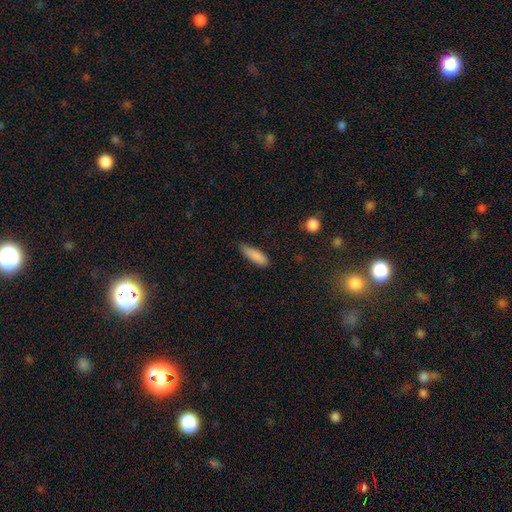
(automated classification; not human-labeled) smooth 85%, star or artifact 7%, featured or disk 7%. Down the decision tree: how rounded — cigar-shaped (55%); merging — none (60%).